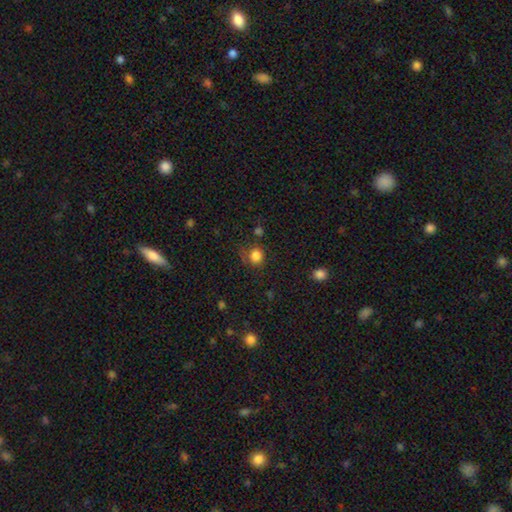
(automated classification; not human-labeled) This is clearly a smooth galaxy (83%). How rounded: likely round (80%). Merging: likely none (66%).